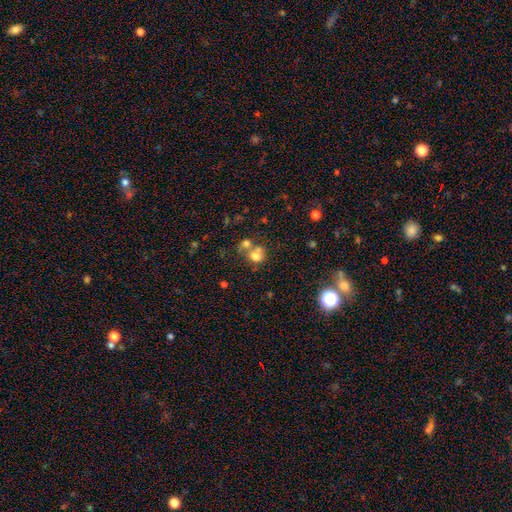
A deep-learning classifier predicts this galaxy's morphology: Q: Smooth or featured?
A: smooth (71%); runner-up: featured or disk (16%)
Q: How rounded?
A: round (68%); runner-up: in between (31%)
Q: Merging?
A: merger (53%); runner-up: none (33%)